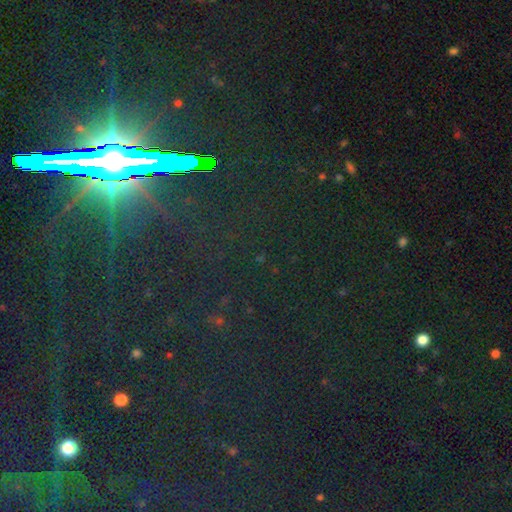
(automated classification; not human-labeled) Morphology: type=star or artifact (82%).